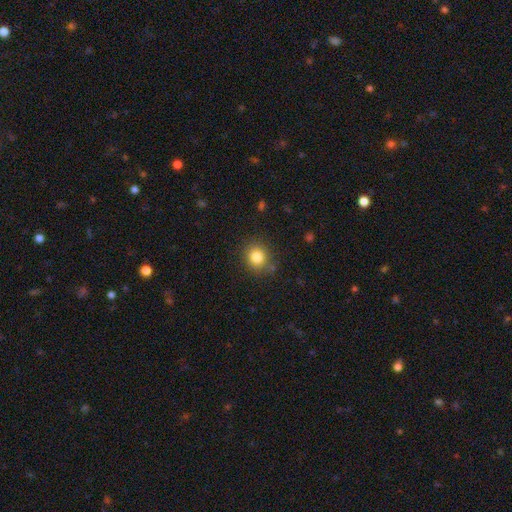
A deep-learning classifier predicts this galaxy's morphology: A smooth galaxy with no disk features (82%) that is round (81%). Merging: none (84%).